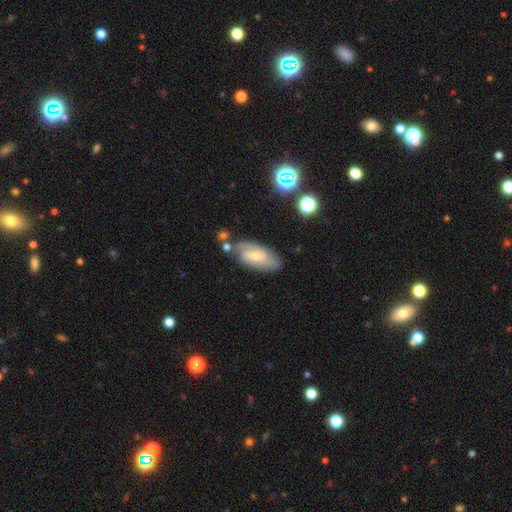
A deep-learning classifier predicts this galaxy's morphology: A featured or disk galaxy (65%) with no bar (52%), 2 (45%) tight (45%) spiral arms (86%) and a small central bulge (58%). Merging: none (65%).